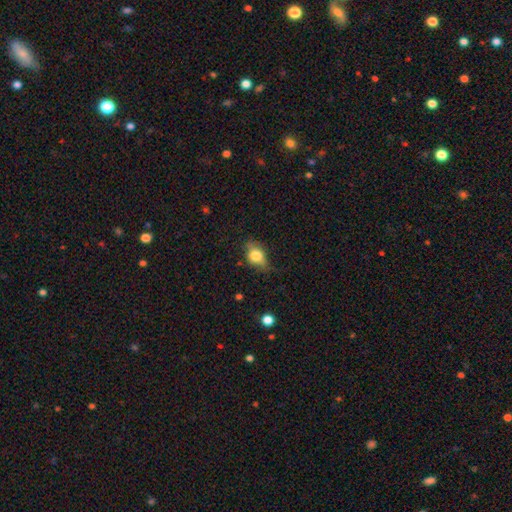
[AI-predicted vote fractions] A smooth galaxy with no disk features (70%) that is in between round and cigar-shaped (66%). Merging: none (55%).